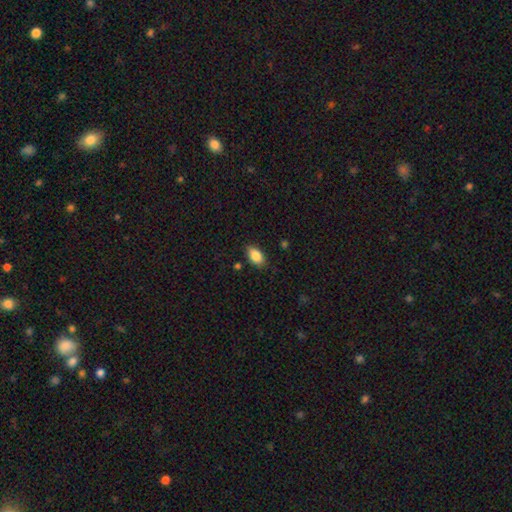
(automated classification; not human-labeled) Smooth or featured?
  - smooth: 86% *
  - star or artifact: 8%
  - featured or disk: 6%
How rounded?
  - in between: 91% *
  - round: 6%
  - cigar-shaped: 3%
Merging?
  - none: 85% *
  - minor disturbance: 11%
  - major disturbance: 2%
  - merger: 2%